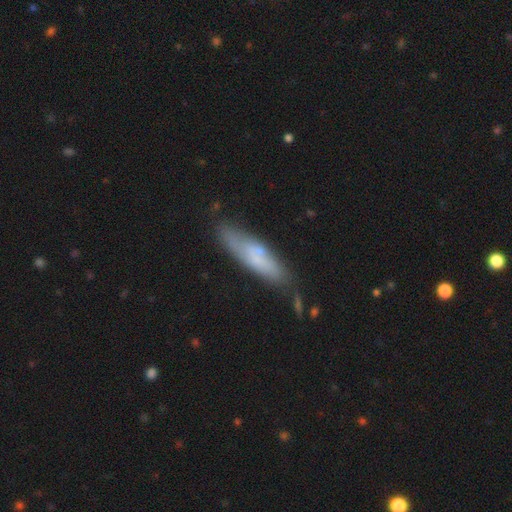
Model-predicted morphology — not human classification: type=smooth (58%); roundness=cigar-shaped (70%); merging=none (69%).